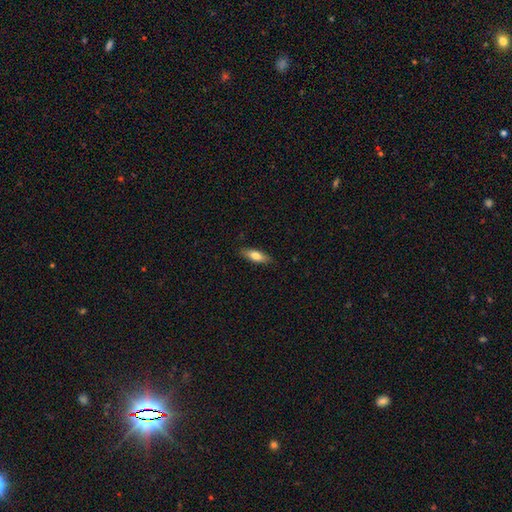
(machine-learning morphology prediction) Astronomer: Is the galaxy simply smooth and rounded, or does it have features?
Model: smooth — 74%.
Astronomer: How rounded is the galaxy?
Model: in between — 58% (runner-up: cigar-shaped, 40%).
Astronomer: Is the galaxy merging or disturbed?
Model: none — 87%.